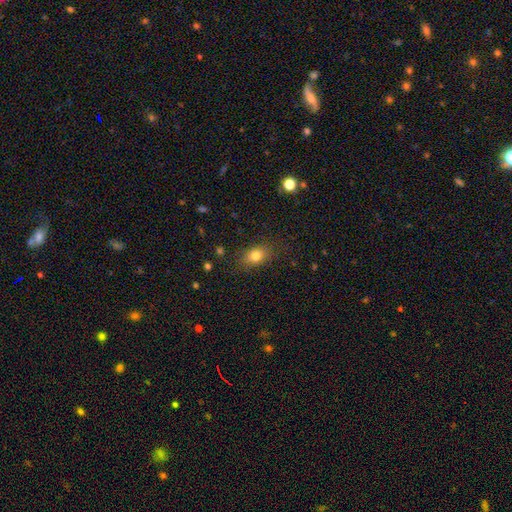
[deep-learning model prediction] smooth_or_featured: smooth (p=0.81) [alt: star or artifact p=0.11]
how_rounded: in between (p=0.74) [alt: round p=0.23]
merging: none (p=0.83) [alt: minor disturbance p=0.12]